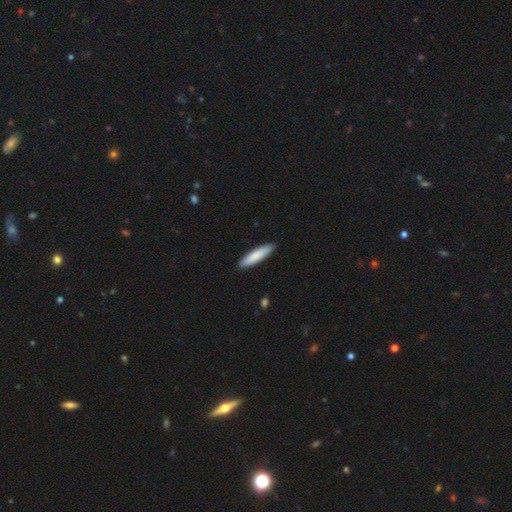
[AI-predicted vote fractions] This appears to be a smooth galaxy with no disk features (83%) that is cigar-shaped (79%). Merging: none (90%).